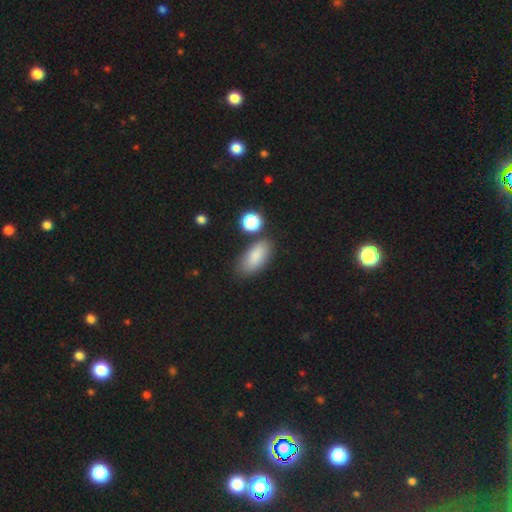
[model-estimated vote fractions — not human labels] A smooth galaxy with no disk features (85%) that is in between round and cigar-shaped (87%). Merging: none (68%).